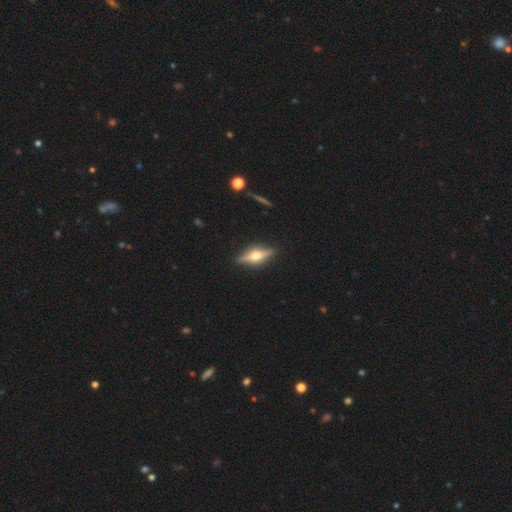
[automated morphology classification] Smooth or featured? featured or disk (74%)
Edge-on disk? yes (96%)
Edge-on bulge? rounded (94%)
Merging? none (89%)